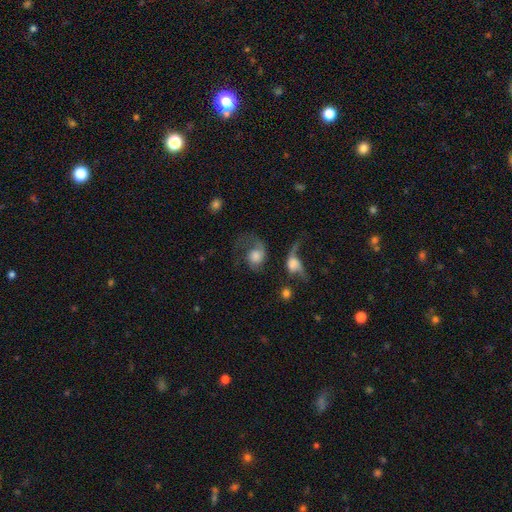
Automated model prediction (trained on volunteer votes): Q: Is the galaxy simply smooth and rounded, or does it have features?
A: featured or disk — 63%.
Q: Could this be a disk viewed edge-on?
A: no — 97%.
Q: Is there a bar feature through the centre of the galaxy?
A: no — 74%.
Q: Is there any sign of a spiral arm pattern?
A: yes — 87%.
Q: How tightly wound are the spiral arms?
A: loose — 55%.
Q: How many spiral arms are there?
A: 2 — 54%.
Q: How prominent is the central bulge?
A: moderate — 36%.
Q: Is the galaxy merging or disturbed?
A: major disturbance — 36%.